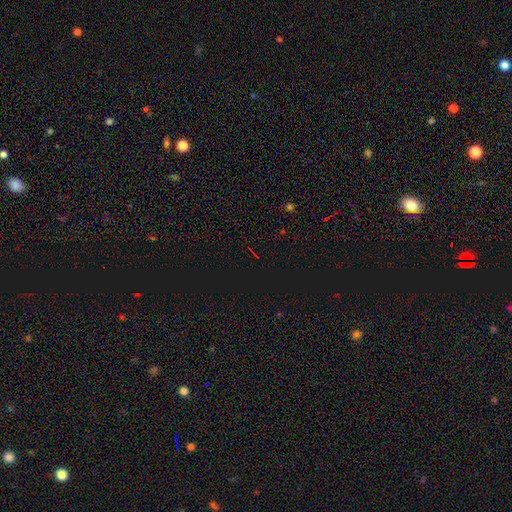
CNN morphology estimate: Overall: star or artifact (77%).